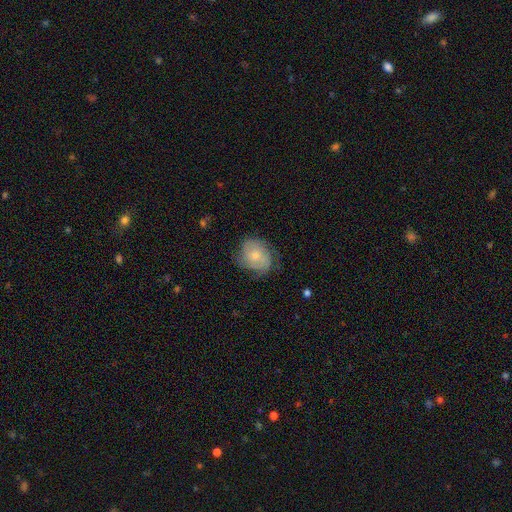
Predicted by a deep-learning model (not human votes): Overall: smooth (50%; featured or disk 42%). How rounded: round (56%; in between 43%). Merging: none (59%; minor disturbance 29%).